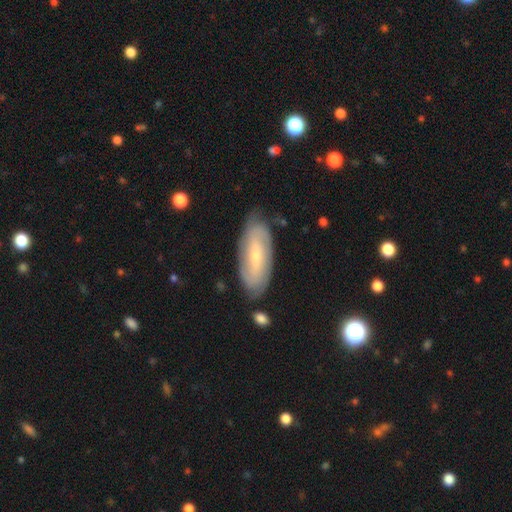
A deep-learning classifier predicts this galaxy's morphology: type=featured or disk (64%); edge-on=no (87%); bar=no (42%); spiral arms=yes (81%); bulge=small (73%); merging=none (79%).